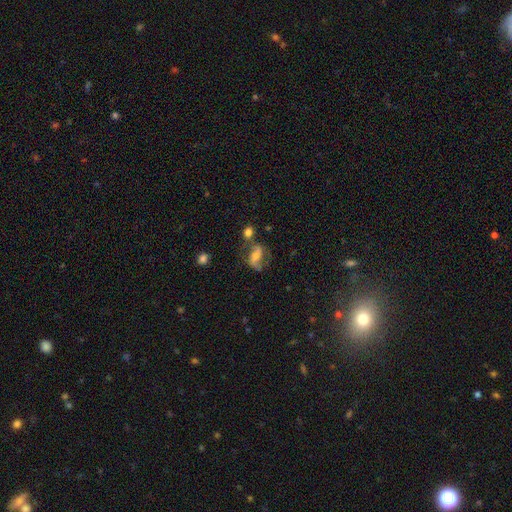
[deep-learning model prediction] The model was most divided on "bar" (2-way tie): strong: 36%, weak: 36%, no: 28%. Remaining: edge-on disk — no (94%); spiral arms — yes (85%); spiral arm count — 2 (84%); smooth or featured — featured or disk (67%); spiral winding — loose (54%); merging — none (52%); bulge size — moderate (45%).